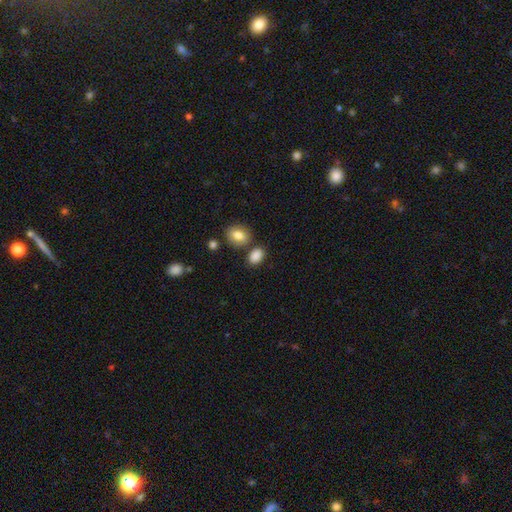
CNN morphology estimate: smooth 87%, star or artifact 9%, featured or disk 4%. Down the decision tree: how rounded — in between (78%); merging — none (71%).